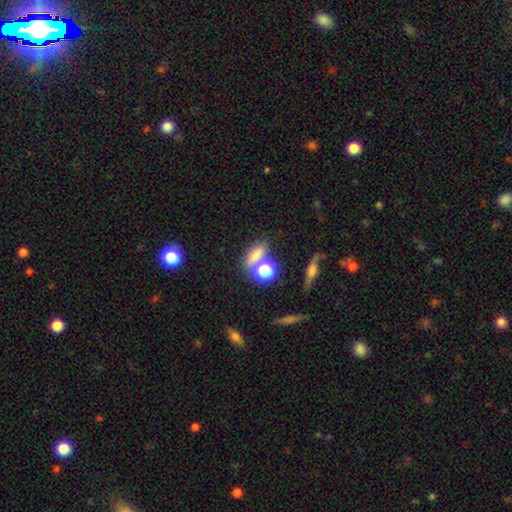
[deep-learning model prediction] smooth_or_featured: smooth (p=0.68) [alt: star or artifact p=0.21]
how_rounded: in between (p=0.50) [alt: round p=0.31]
merging: none (p=0.58) [alt: merger p=0.24]